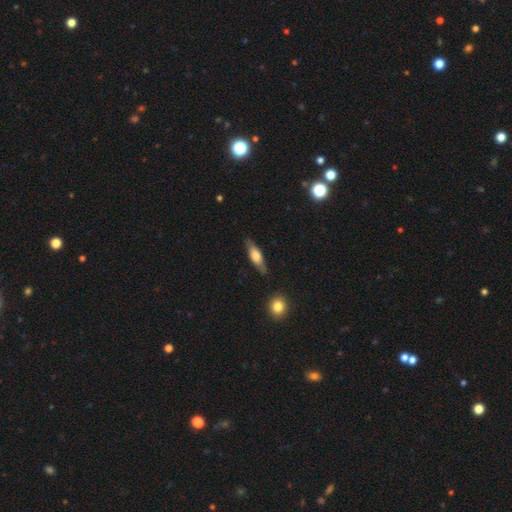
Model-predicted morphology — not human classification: The model was most divided on "how rounded": cigar-shaped: 49%, in between: 48%, round: 3%. More confident: merging — none (79%); smooth or featured — smooth (59%).